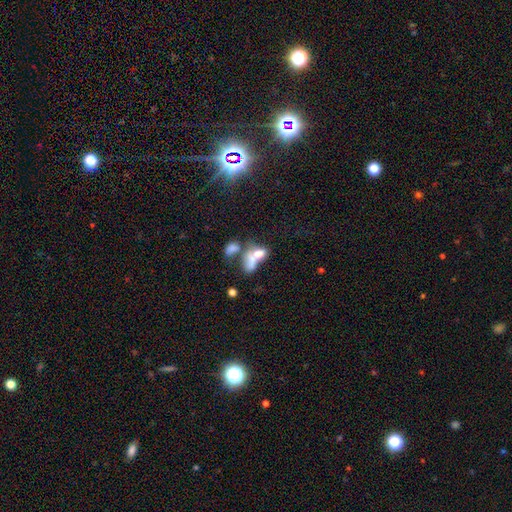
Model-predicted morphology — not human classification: Smooth or featured? smooth (60%)
How rounded? in between (81%)
Merging? merger (63%)